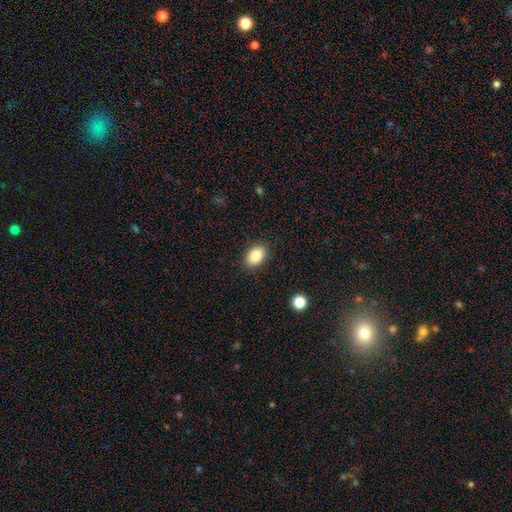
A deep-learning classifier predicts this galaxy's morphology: The model was most divided on "how rounded": in between: 84%, round: 15%, cigar-shaped: 1%. More confident: merging — none (88%); smooth or featured — smooth (85%).